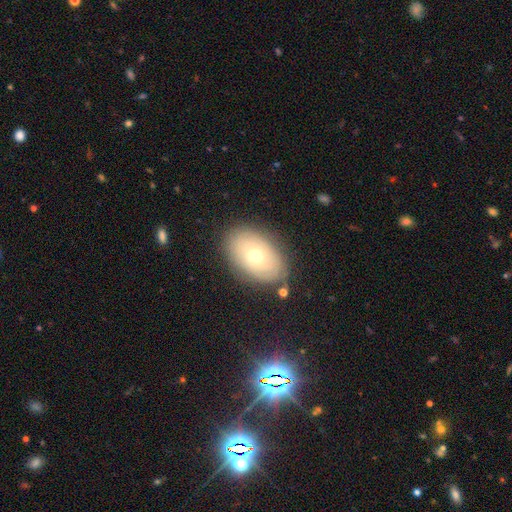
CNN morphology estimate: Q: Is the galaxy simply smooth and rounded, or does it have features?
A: smooth — 49%.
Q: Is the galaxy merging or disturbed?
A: none — 81%.